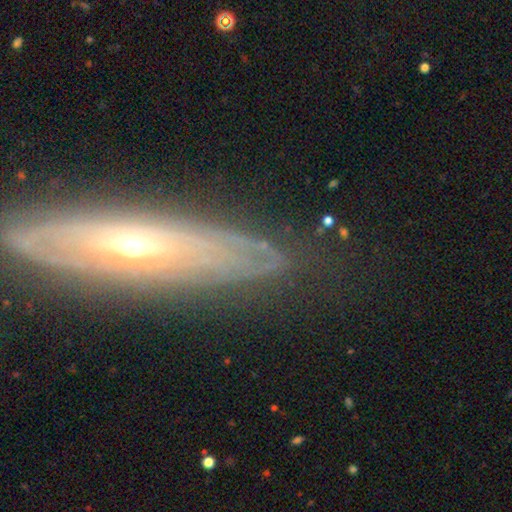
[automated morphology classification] Overall: featured or disk (70%). Edge-on disk: yes (51%; no 49%). Merging: none (77%).